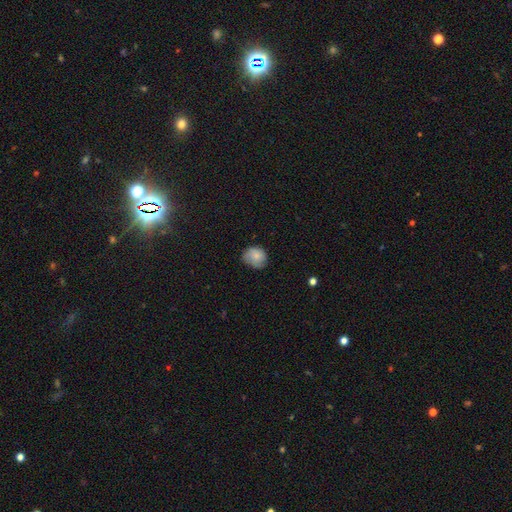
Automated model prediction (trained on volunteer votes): The model was most divided on "how rounded": round: 62%, in between: 37%, cigar-shaped: 1%. More confident: smooth or featured — smooth (76%); merging — none (58%).